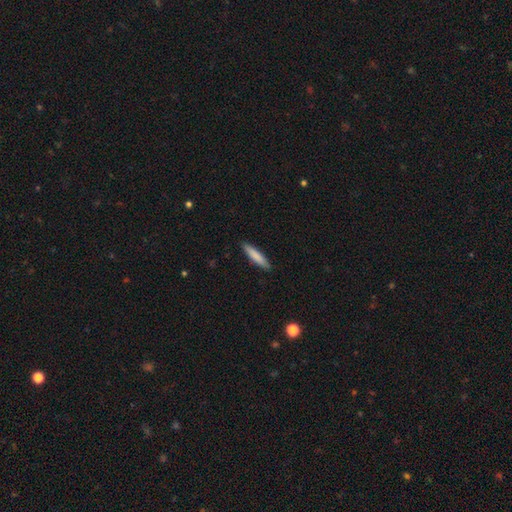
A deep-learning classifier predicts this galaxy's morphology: This is clearly a smooth galaxy (83%). How rounded: clearly cigar-shaped (85%). Merging: clearly none (90%).